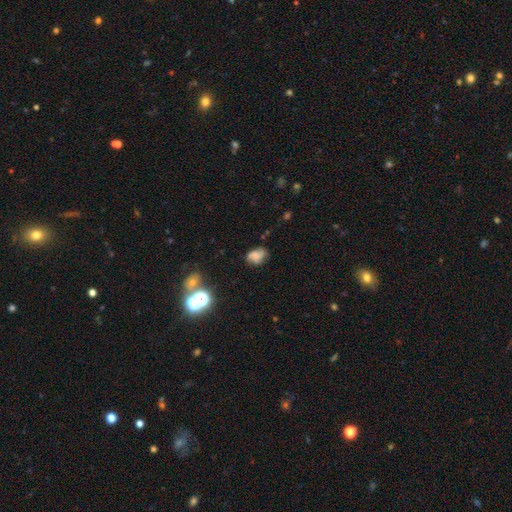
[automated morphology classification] A smooth galaxy with no disk features (50%) that is in between round and cigar-shaped (68%). Merging: none (58%).